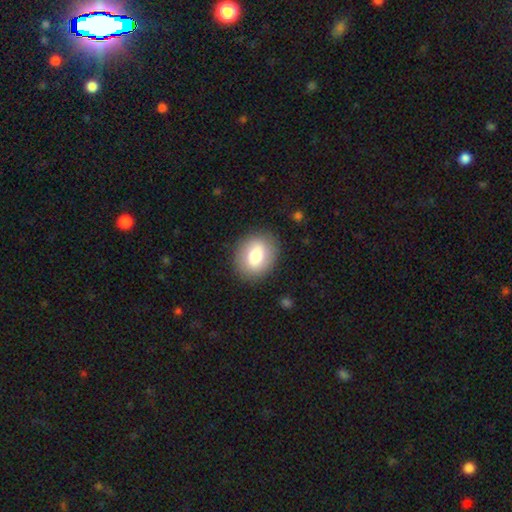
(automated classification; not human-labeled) A smooth galaxy with no disk features (75%) that is round (51%). Merging: none (86%).